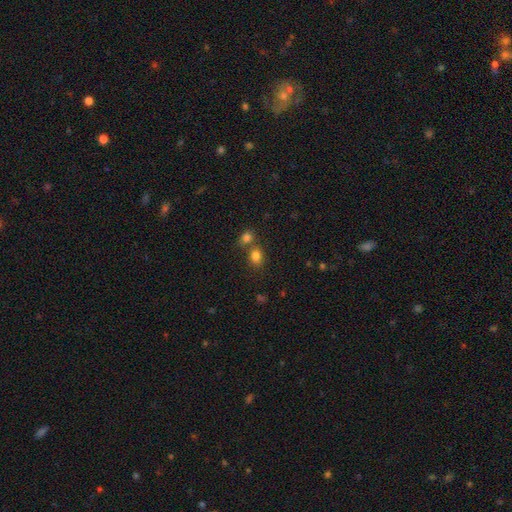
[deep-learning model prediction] smooth-or-featured: smooth: 81% | star or artifact: 12% | featured or disk: 7%
  how-rounded: in between: 57% | round: 42% | cigar-shaped: 1%
  merging: none: 57% | merger: 31% | minor disturbance: 9% | major disturbance: 3%